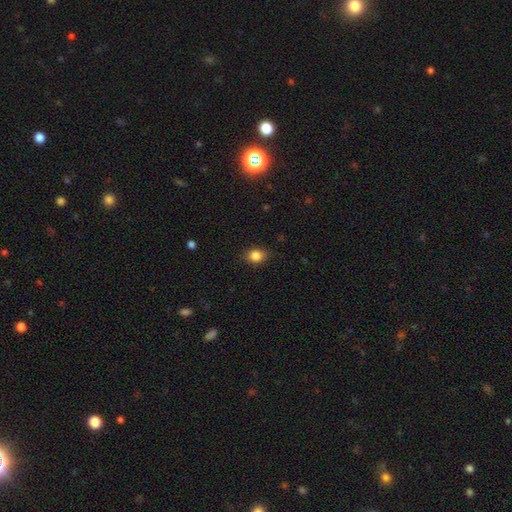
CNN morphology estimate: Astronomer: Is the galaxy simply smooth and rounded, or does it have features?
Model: smooth — 85%.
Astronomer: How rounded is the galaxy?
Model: in between — 50% (runner-up: round, 48%).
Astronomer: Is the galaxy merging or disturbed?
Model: none — 83%.